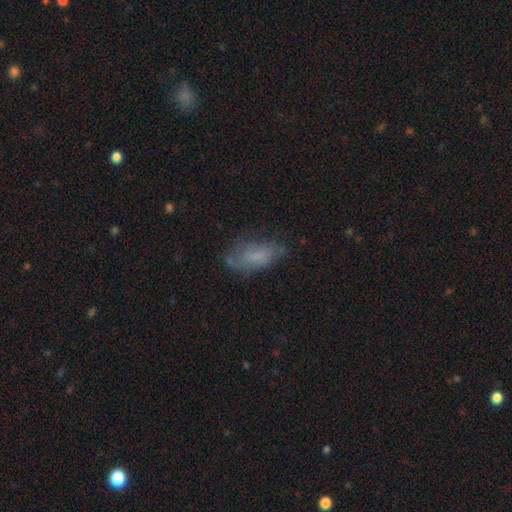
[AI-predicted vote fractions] Smooth or featured? smooth (64%)
How rounded? in between (86%)
Merging? none (56%)